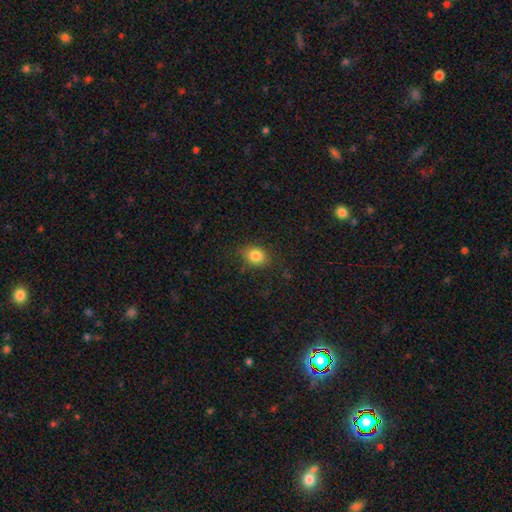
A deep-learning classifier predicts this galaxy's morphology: Overall: smooth (82%). How rounded: round (50%; in between 49%). Merging: none (79%).